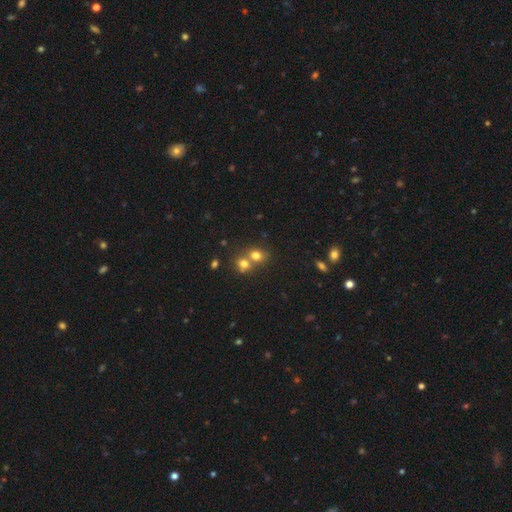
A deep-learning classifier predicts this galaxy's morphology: smooth-or-featured: smooth: 75% | star or artifact: 14% | featured or disk: 11%
  how-rounded: round: 63% | in between: 35% | cigar-shaped: 1%
  merging: merger: 55% | none: 36% | minor disturbance: 7% | major disturbance: 3%